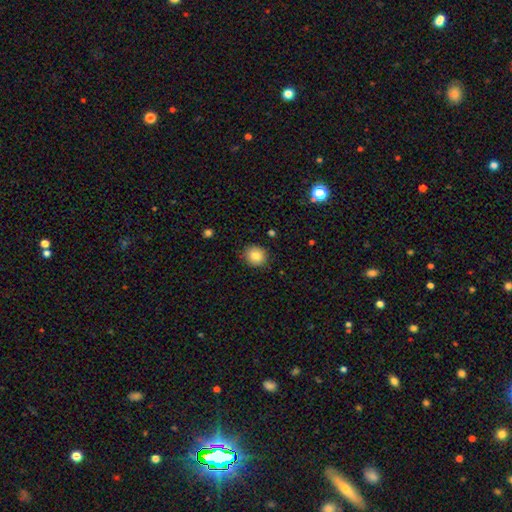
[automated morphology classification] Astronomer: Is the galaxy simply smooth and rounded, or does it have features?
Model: smooth — 83%.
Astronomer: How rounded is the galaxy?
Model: round — 82%.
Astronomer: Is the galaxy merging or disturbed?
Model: none — 88%.